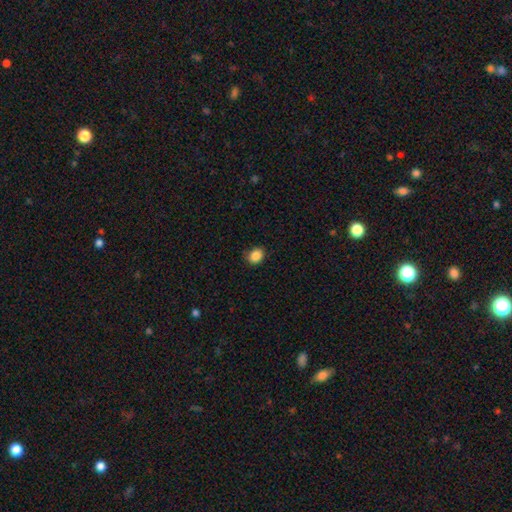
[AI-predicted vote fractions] A smooth galaxy with no disk features (87%) that is round (56%). Merging: none (86%).